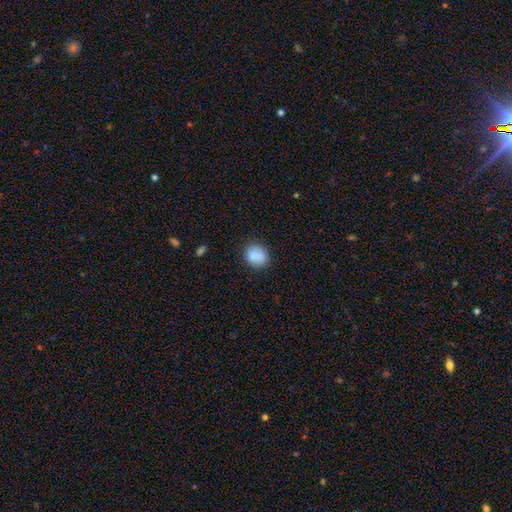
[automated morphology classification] Smooth or featured?
  - smooth: 83% *
  - star or artifact: 9%
  - featured or disk: 9%
How rounded?
  - round: 65% *
  - in between: 34%
  - cigar-shaped: 1%
Merging?
  - none: 70% *
  - minor disturbance: 18%
  - merger: 8%
  - major disturbance: 4%